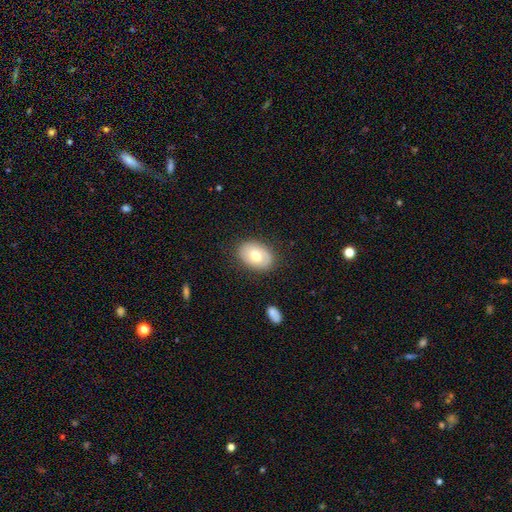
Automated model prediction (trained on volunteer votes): Q: Smooth or featured?
A: smooth (64%); runner-up: featured or disk (29%)
Q: How rounded?
A: in between (81%); runner-up: round (18%)
Q: Merging?
A: none (83%); runner-up: minor disturbance (13%)